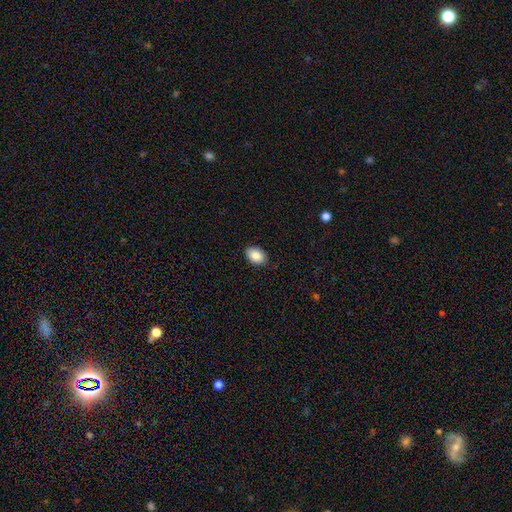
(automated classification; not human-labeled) Smooth or featured? smooth (87%)
How rounded? in between (85%)
Merging? none (85%)